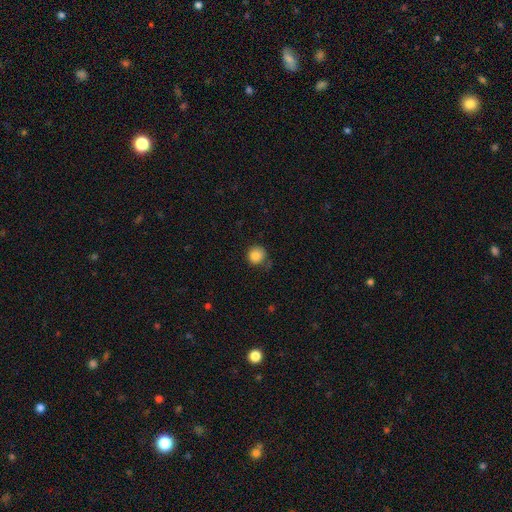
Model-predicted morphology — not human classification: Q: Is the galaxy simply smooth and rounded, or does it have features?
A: smooth — 86%.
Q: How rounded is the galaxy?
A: round — 91%.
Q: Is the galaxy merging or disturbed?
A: none — 73%.